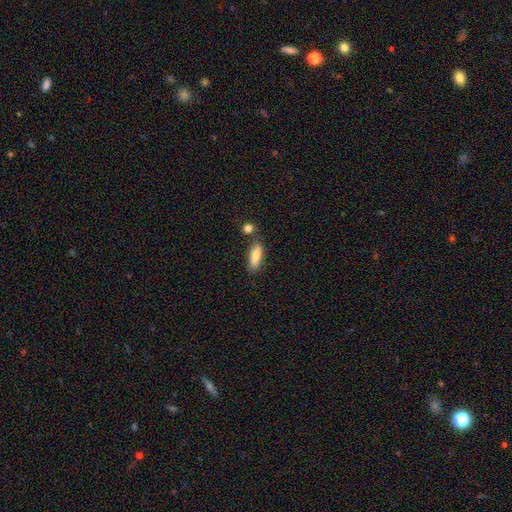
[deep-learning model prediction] smooth 80%, featured or disk 13%, star or artifact 7%. Down the decision tree: how rounded — in between (66%); merging — none (71%).